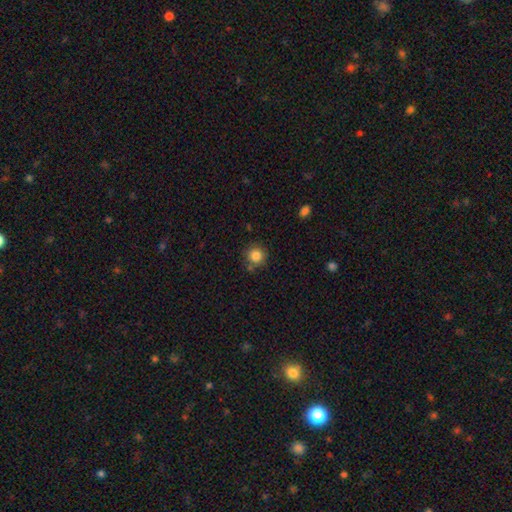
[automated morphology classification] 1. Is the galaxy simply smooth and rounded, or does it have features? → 85% smooth, 10% star or artifact, 5% featured or disk.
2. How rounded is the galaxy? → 92% round, 7% in between, 1% cigar-shaped.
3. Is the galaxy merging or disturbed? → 79% none, 11% minor disturbance, 7% merger, 3% major disturbance.